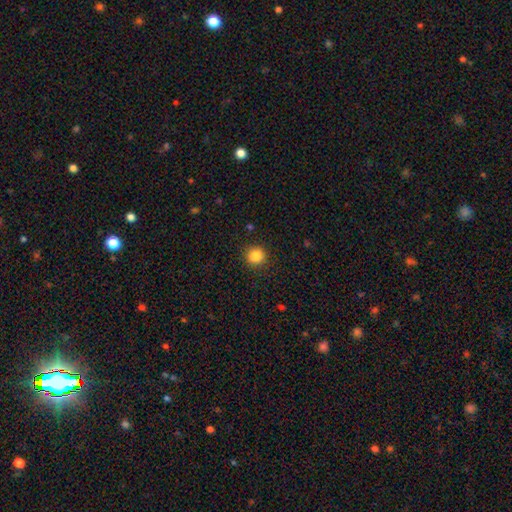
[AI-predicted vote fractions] smooth-or-featured: smooth: 85% | star or artifact: 11% | featured or disk: 4%
  how-rounded: round: 93% | in between: 6% | cigar-shaped: 1%
  merging: none: 91% | minor disturbance: 6% | major disturbance: 2% | merger: 1%